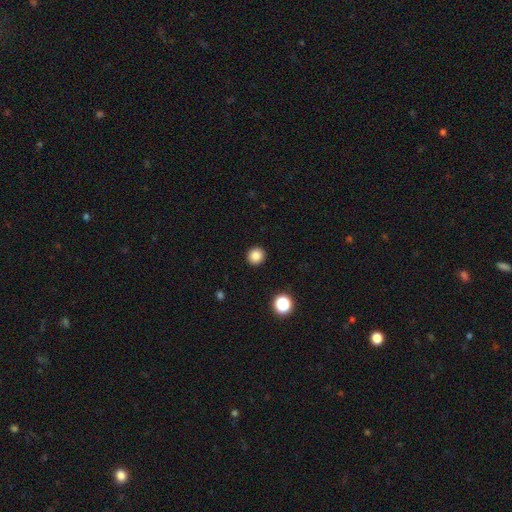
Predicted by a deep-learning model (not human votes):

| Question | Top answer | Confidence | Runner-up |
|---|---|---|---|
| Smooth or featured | smooth | 85% | star or artifact (11%) |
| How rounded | round | 93% | in between (6%) |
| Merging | none | 92% | minor disturbance (5%) |